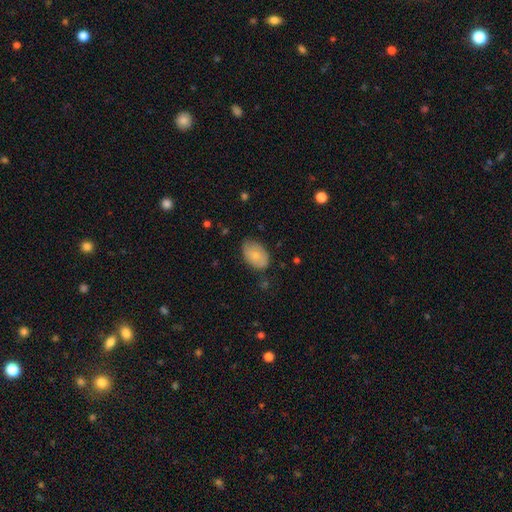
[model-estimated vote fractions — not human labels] The model was most divided on "merging": none: 72%, minor disturbance: 22%, major disturbance: 4%, merger: 1%. More confident: how rounded — in between (89%); smooth or featured — smooth (76%).